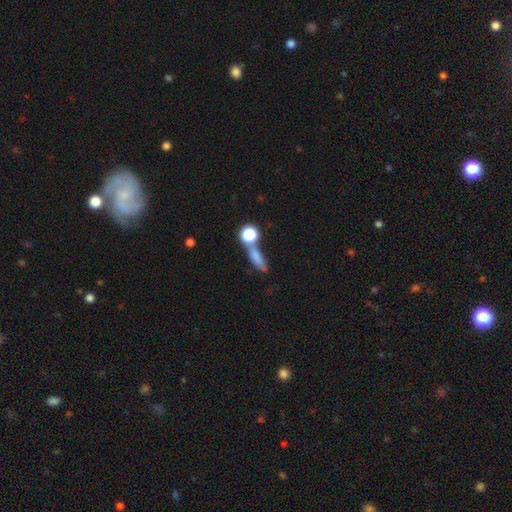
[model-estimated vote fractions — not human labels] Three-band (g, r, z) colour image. It shows a smooth galaxy with no disk features (70%) that is cigar-shaped (47%). Merging: none (46%).